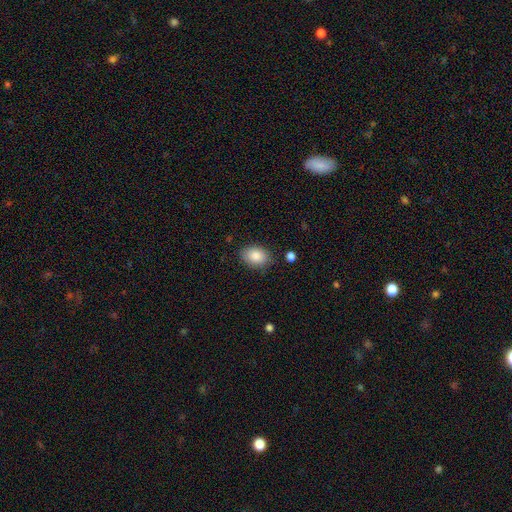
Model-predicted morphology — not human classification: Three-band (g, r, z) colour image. It shows a smooth galaxy with no disk features (86%) that is in between round and cigar-shaped (79%). Merging: none (83%).